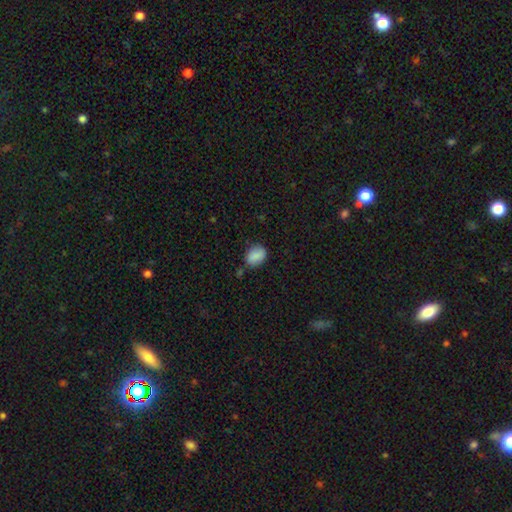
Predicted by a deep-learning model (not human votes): The model was most divided on "how rounded": in between: 66%, round: 33%, cigar-shaped: 1%. More confident: smooth or featured — smooth (86%); merging — none (71%).